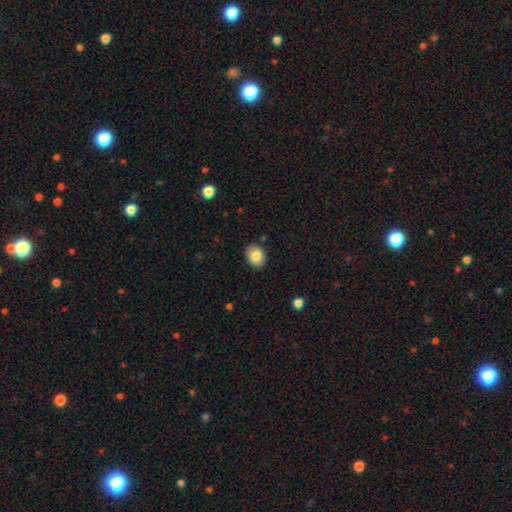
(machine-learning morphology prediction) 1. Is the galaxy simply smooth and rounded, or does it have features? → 84% smooth, 8% featured or disk, 8% star or artifact.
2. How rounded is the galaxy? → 63% in between, 36% round, 1% cigar-shaped.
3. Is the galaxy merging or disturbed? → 87% none, 9% minor disturbance, 2% major disturbance, 1% merger.